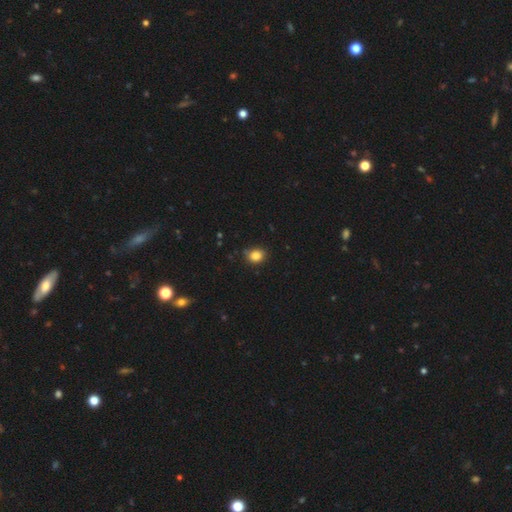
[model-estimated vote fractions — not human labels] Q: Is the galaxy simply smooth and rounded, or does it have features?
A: smooth — 84%.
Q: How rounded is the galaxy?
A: round — 64%.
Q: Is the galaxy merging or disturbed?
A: none — 79%.